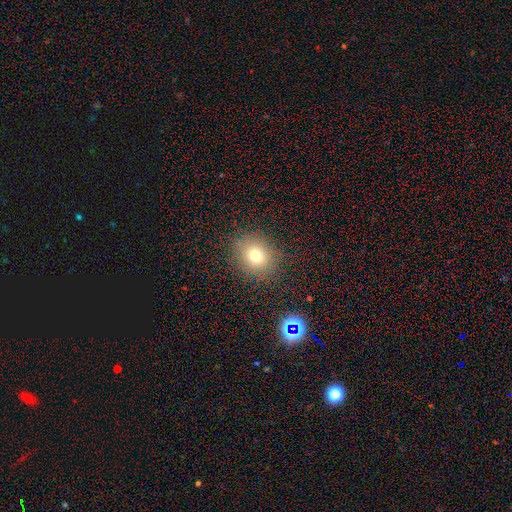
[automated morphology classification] Smooth or featured?
  - smooth: 73% *
  - star or artifact: 17%
  - featured or disk: 10%
How rounded?
  - round: 72% *
  - in between: 27%
  - cigar-shaped: 1%
Merging?
  - none: 85% *
  - minor disturbance: 9%
  - major disturbance: 4%
  - merger: 1%